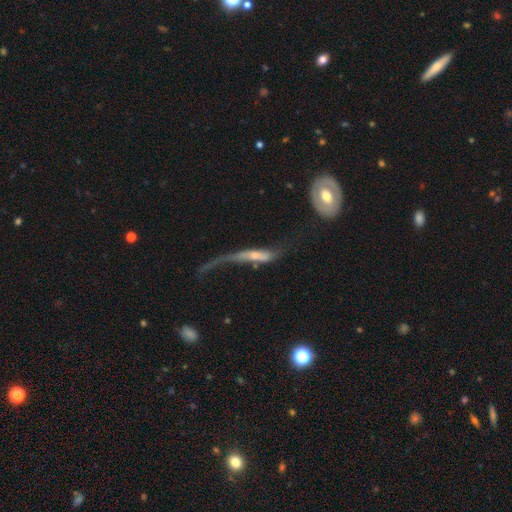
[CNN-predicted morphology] Q: Smooth or featured?
A: featured or disk (55%); runner-up: smooth (37%)
Q: Edge-on disk?
A: no (56%); runner-up: yes (44%)
Q: Merging?
A: major disturbance (50%); runner-up: merger (18%)